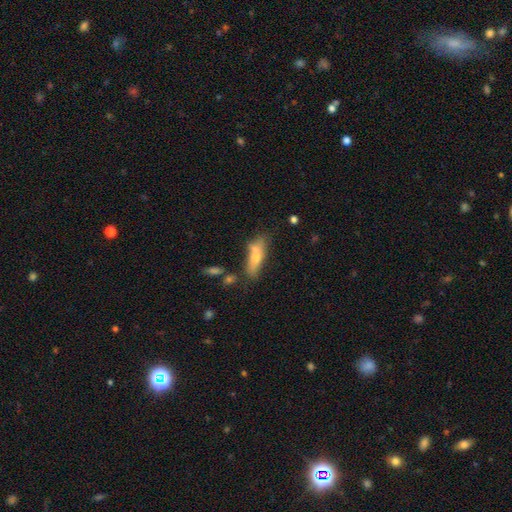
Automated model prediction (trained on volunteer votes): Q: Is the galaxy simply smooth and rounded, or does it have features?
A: smooth — 68%.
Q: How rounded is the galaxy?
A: cigar-shaped — 49%.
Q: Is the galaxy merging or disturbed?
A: none — 44%.